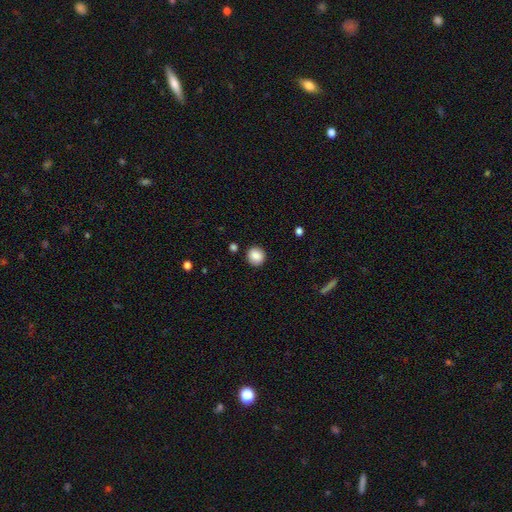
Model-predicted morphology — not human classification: This appears to be a smooth galaxy with no disk features (87%) that is round (89%). Merging: none (90%).